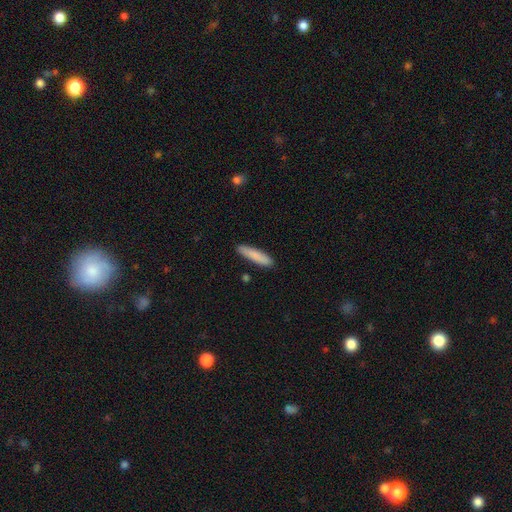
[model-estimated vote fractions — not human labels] Smooth or featured: smooth — 85% (featured or disk — 9%)
How rounded: cigar-shaped — 84% (in between — 15%)
Merging: none — 88% (minor disturbance — 9%)